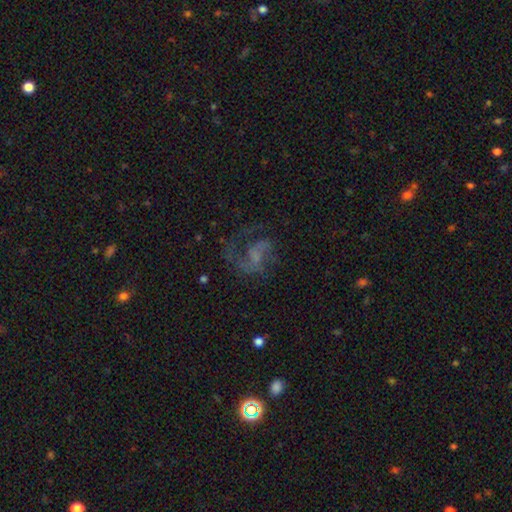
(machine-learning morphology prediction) A featured or disk galaxy (70%) with no bar (59%), 2 (49%) loose (48%) spiral arms (83%) and no central bulge (59%).

Vote fractions:
- Smooth or featured? featured or disk: 70% / smooth: 15% / star or artifact: 15%
- Edge-on disk? no: 98% / yes: 2%
- Bar? no: 59% / weak: 33% / strong: 8%
- Spiral arms? yes: 83% / no: 17%
- Spiral winding? loose: 48% / medium: 40% / tight: 12%
- Spiral arm count? 2: 49% / 1: 33% / can't tell: 10% / 3: 5% / 4: 2% / more than 4: 2%
- Bulge size? none: 59% / small: 24% / moderate: 12% / large: 4% / dominant: 1%
- Merging? none: 46% / major disturbance: 35% / minor disturbance: 16% / merger: 3%